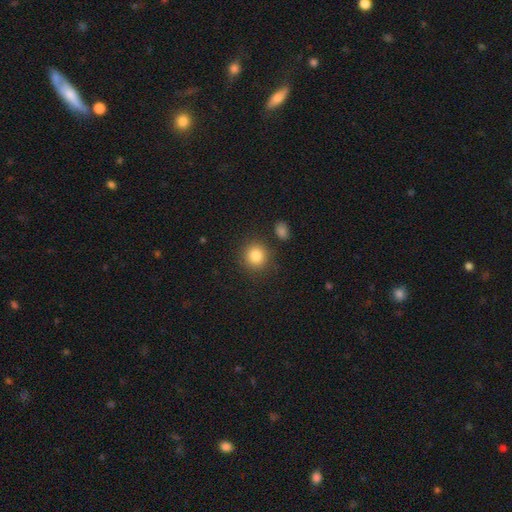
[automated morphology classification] A smooth galaxy with no disk features (84%) that is round (88%). Merging: none (85%).